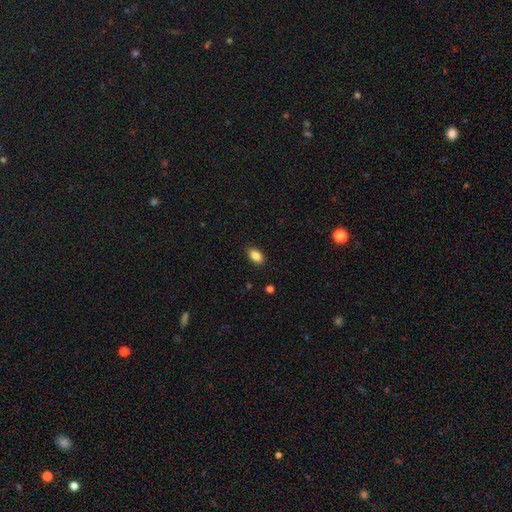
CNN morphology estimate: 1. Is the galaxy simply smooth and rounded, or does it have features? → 87% smooth, 8% star or artifact, 5% featured or disk.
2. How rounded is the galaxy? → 91% in between, 8% round, 2% cigar-shaped.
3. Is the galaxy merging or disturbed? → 89% none, 8% minor disturbance, 2% major disturbance, 1% merger.